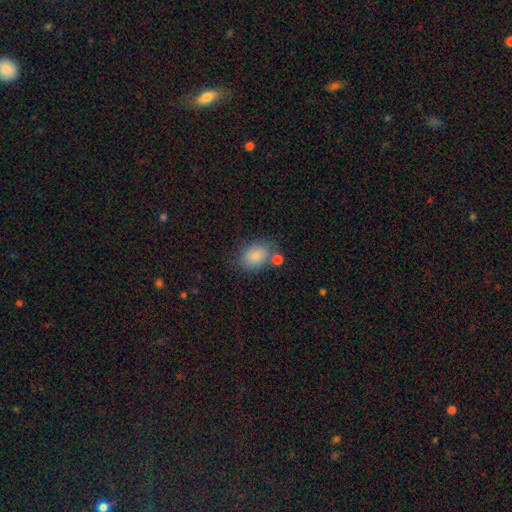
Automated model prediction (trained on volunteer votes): A smooth galaxy with no disk features (84%) that is in between round and cigar-shaped (72%). Merging: none (64%).